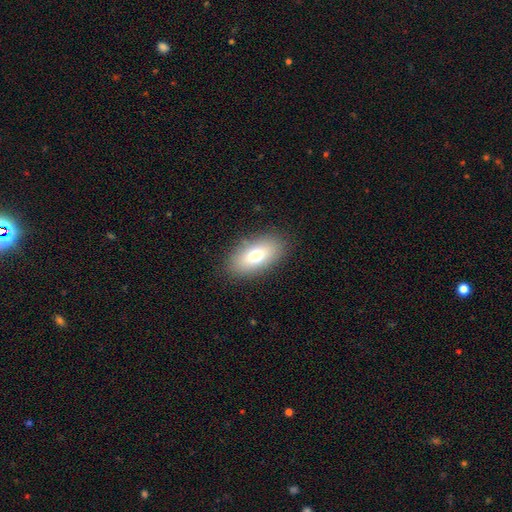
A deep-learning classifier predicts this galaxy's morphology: Q: Smooth or featured?
A: smooth (74%); runner-up: featured or disk (17%)
Q: How rounded?
A: in between (90%); runner-up: round (6%)
Q: Merging?
A: none (86%); runner-up: minor disturbance (9%)